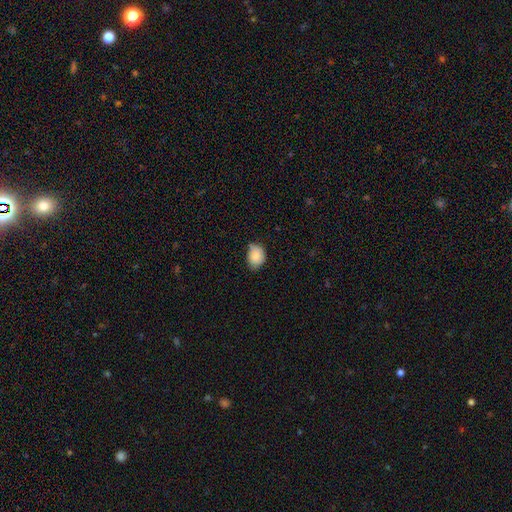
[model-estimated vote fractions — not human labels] Smooth or featured? Predicted: smooth (p=0.84). How rounded? Predicted: in between (p=0.59). Merging? Predicted: none (p=0.61).